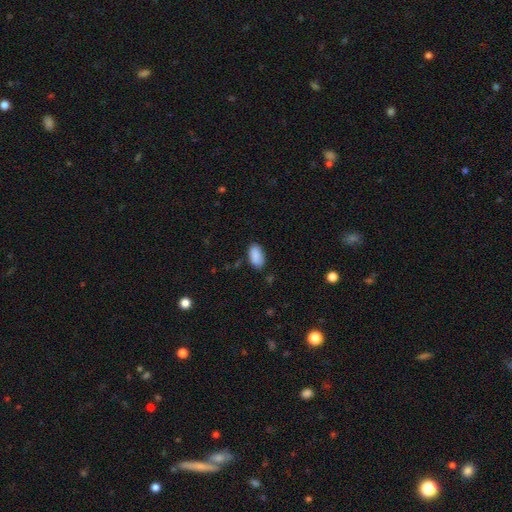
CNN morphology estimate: smooth 88%, star or artifact 7%, featured or disk 5%. Down the decision tree: how rounded — in between (93%); merging — none (78%).